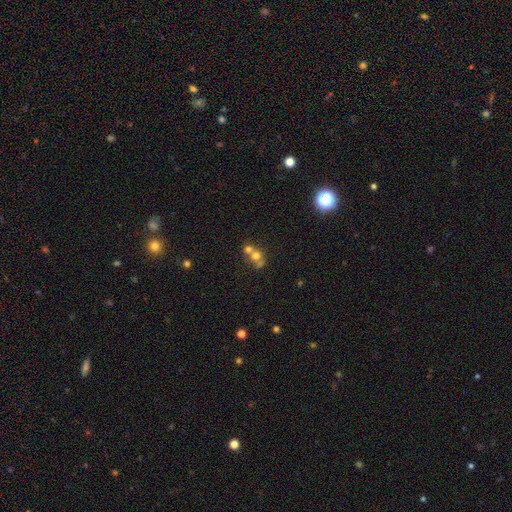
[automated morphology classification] Smooth or featured: smooth — 61% (featured or disk — 24%)
How rounded: round — 74% (in between — 25%)
Merging: merger — 61% (none — 28%)